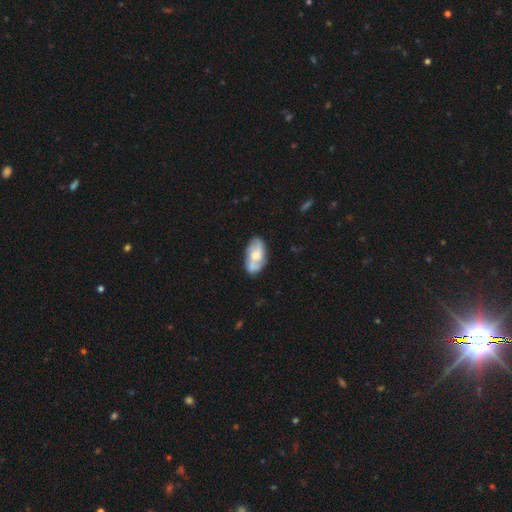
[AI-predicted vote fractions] Smooth or featured? Predicted: smooth (p=0.50). Merging? Predicted: none (p=0.59).